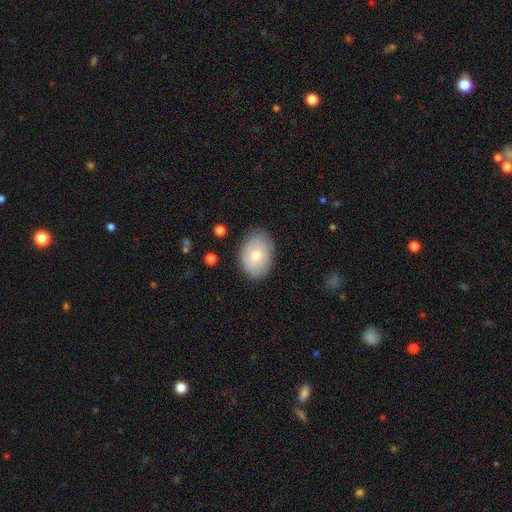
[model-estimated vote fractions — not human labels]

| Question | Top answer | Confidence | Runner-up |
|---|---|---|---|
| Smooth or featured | smooth | 71% | featured or disk (22%) |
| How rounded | in between | 82% | round (17%) |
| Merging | none | 83% | minor disturbance (13%) |